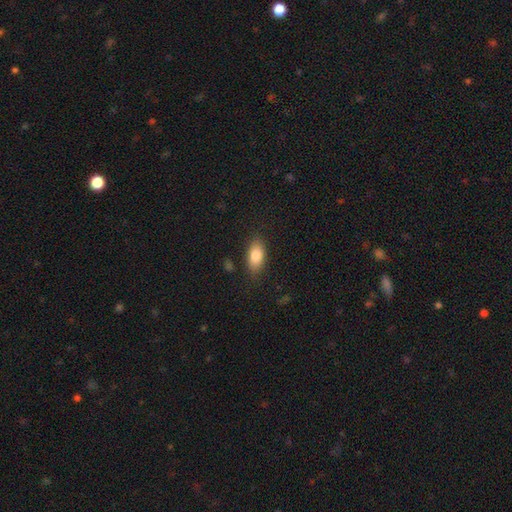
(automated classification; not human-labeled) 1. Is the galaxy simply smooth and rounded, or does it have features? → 83% smooth, 10% featured or disk, 7% star or artifact.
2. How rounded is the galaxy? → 88% in between, 7% cigar-shaped, 5% round.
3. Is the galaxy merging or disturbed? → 82% none, 13% minor disturbance, 4% major disturbance, 2% merger.